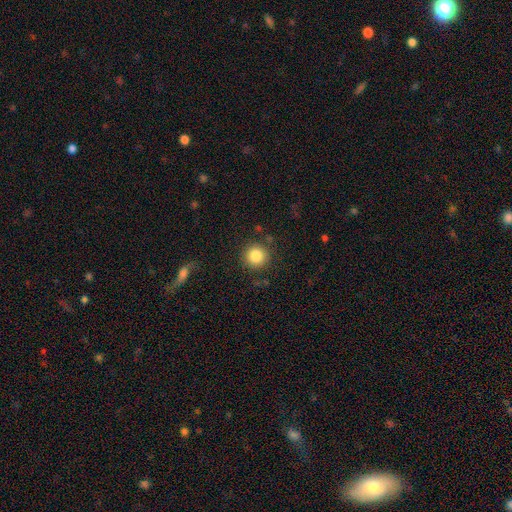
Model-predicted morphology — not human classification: Smooth or featured? Predicted: smooth (p=0.84). How rounded? Predicted: round (p=0.94). Merging? Predicted: none (p=0.86).